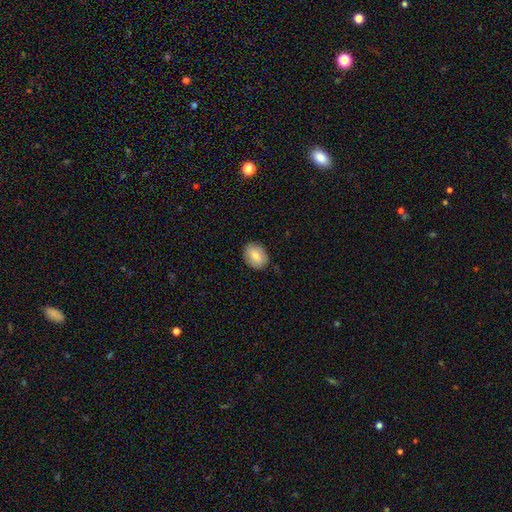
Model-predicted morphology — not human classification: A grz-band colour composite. It shows a smooth galaxy with no disk features (77%) that is in between round and cigar-shaped (61%). Merging: none (85%).